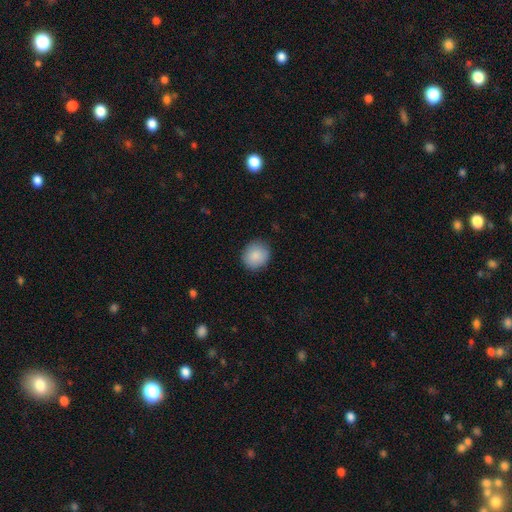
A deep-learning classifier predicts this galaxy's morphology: Overall: smooth (88%). How rounded: round (82%). Merging: none (87%).